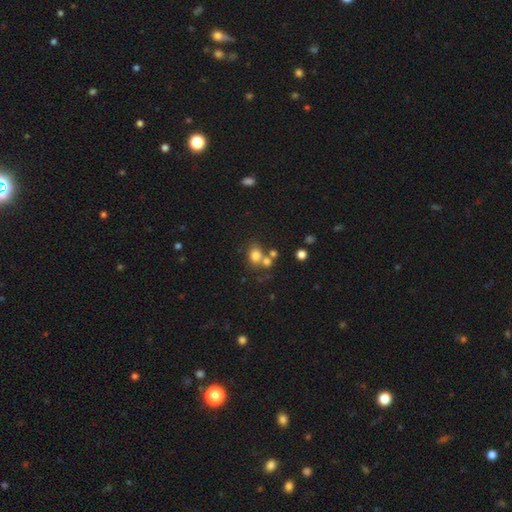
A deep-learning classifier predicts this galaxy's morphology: smooth-or-featured: smooth: 75% | star or artifact: 14% | featured or disk: 10%
  how-rounded: round: 59% | in between: 40% | cigar-shaped: 1%
  merging: none: 50% | merger: 34% | minor disturbance: 11% | major disturbance: 5%